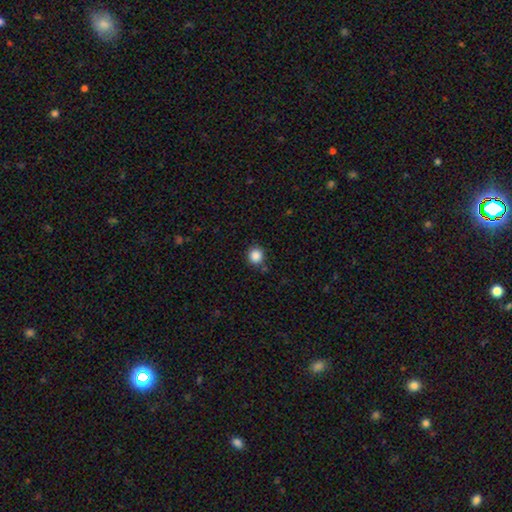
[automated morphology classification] This is clearly a smooth galaxy (86%). How rounded: clearly round (90%). Merging: clearly none (84%).